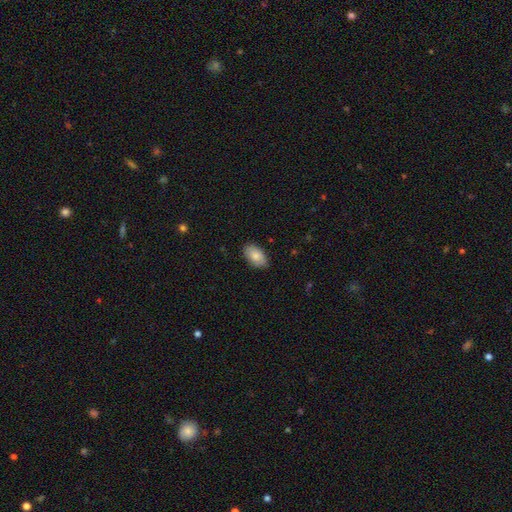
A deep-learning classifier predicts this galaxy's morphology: Overall: smooth (84%). How rounded: in between (94%). Merging: none (85%).